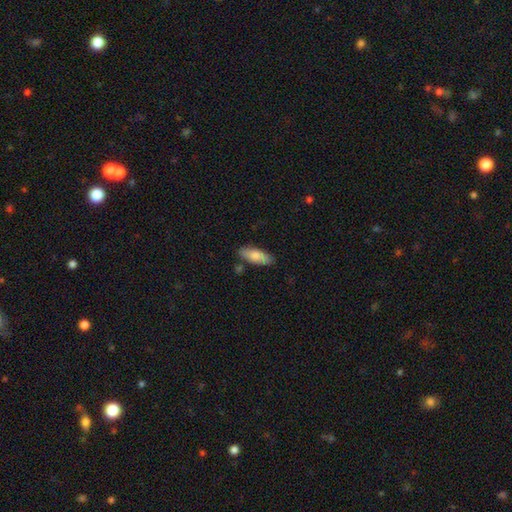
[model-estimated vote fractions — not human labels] Smooth or featured? Predicted: smooth (p=0.79). How rounded? Predicted: in between (p=0.74). Merging? Predicted: none (p=0.79).